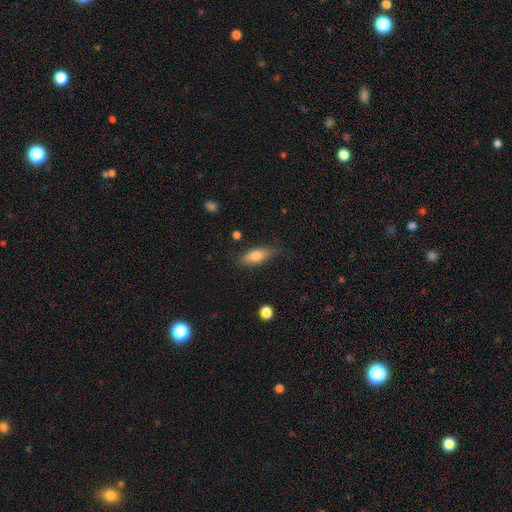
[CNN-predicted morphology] Smooth or featured? smooth (73%)
How rounded? in between (65%)
Merging? none (75%)